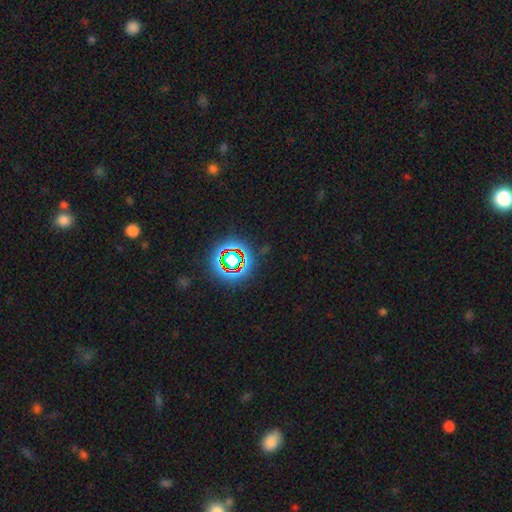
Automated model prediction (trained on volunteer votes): The model was most divided on "smooth or featured": star or artifact: 69%, smooth: 17%, featured or disk: 14%.